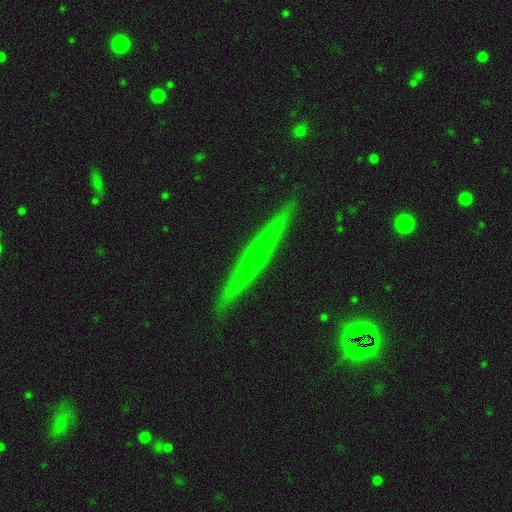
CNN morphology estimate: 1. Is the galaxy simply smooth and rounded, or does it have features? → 66% featured or disk, 27% smooth, 7% star or artifact.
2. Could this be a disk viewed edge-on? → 97% yes, 3% no.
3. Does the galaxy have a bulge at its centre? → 62% none, 34% rounded, 4% boxy.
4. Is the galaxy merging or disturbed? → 91% none, 6% minor disturbance, 1% major disturbance, 1% merger.